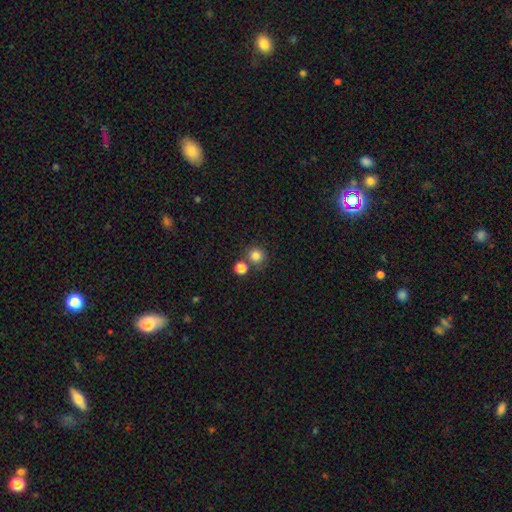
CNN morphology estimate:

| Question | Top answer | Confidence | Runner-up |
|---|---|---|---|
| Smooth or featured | smooth | 82% | star or artifact (13%) |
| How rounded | round | 92% | in between (7%) |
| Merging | none | 74% | merger (15%) |